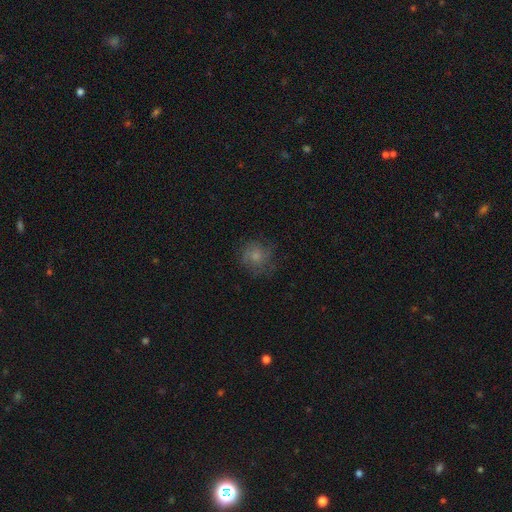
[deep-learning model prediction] Smooth or featured? Predicted: smooth (p=0.66). How rounded? Predicted: round (p=0.84). Merging? Predicted: none (p=0.69).